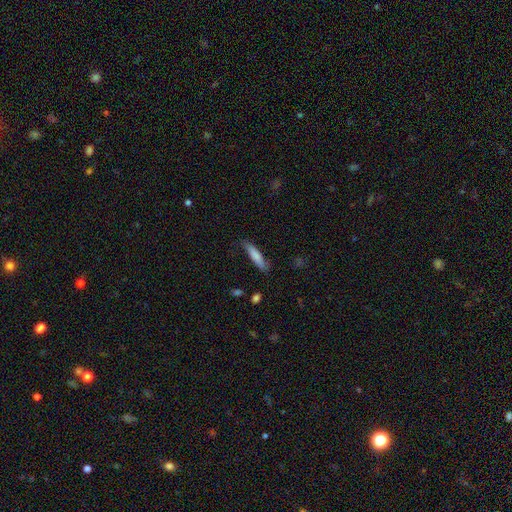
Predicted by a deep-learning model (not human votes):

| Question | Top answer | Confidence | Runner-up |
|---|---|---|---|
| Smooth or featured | smooth | 79% | featured or disk (15%) |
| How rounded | cigar-shaped | 80% | in between (19%) |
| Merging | none | 73% | minor disturbance (21%) |